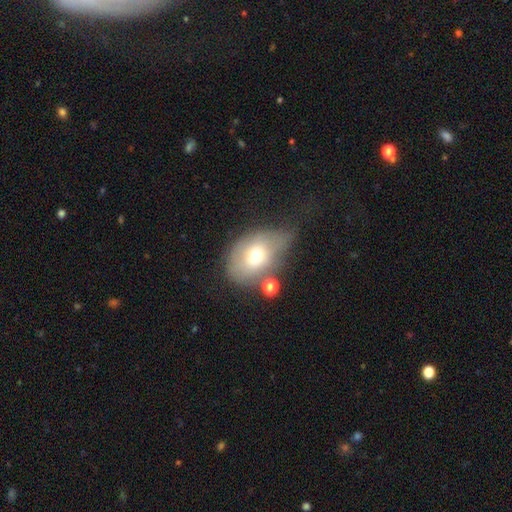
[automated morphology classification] Smooth or featured? Predicted: smooth (p=0.65). How rounded? Predicted: in between (p=0.71). Merging? Predicted: none (p=0.34).